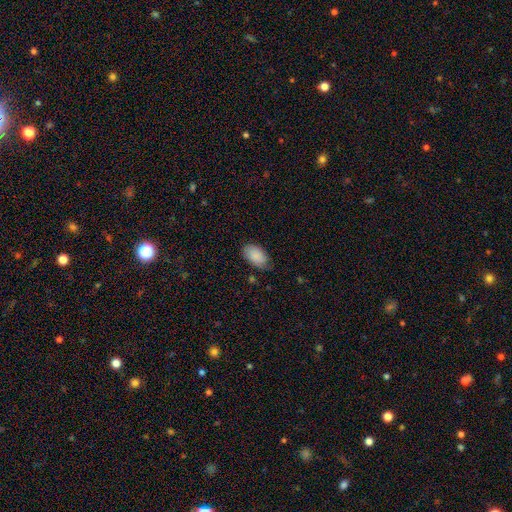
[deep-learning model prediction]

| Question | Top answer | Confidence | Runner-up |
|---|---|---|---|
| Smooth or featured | smooth | 87% | featured or disk (7%) |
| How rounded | in between | 94% | round (5%) |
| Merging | none | 67% | minor disturbance (26%) |